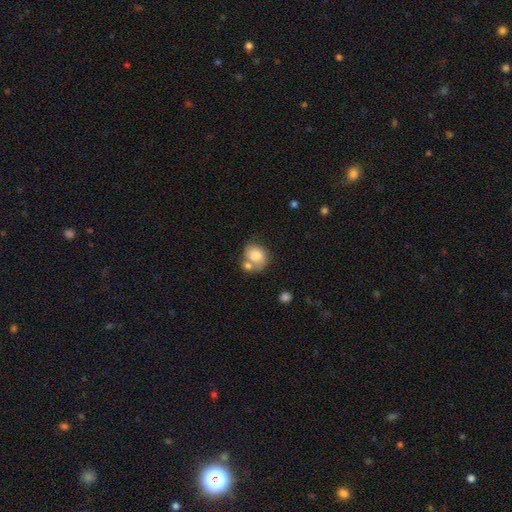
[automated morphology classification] This is likely a smooth galaxy (77%). How rounded: likely round (66%). Merging: marginally none (39%).